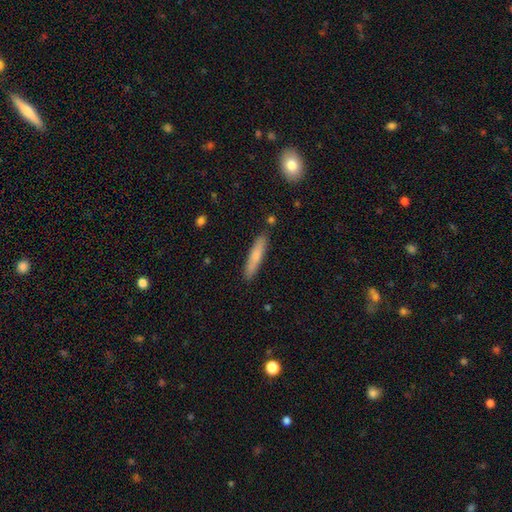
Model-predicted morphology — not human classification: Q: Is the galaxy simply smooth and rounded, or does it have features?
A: smooth — 73%.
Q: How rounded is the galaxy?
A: cigar-shaped — 90%.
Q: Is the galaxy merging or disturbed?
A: none — 87%.